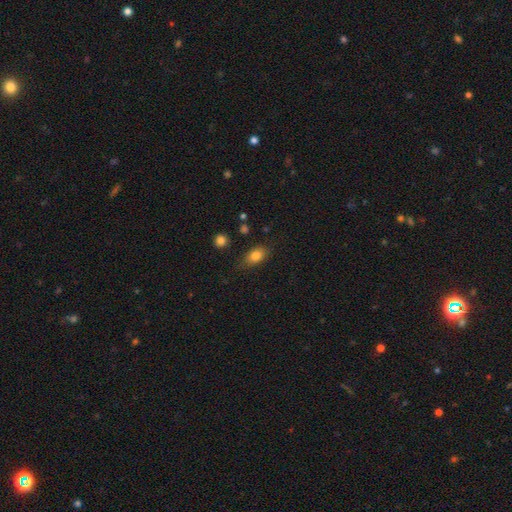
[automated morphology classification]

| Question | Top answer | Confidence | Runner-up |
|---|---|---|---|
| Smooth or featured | smooth | 81% | featured or disk (10%) |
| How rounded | in between | 82% | round (15%) |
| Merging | none | 77% | minor disturbance (17%) |